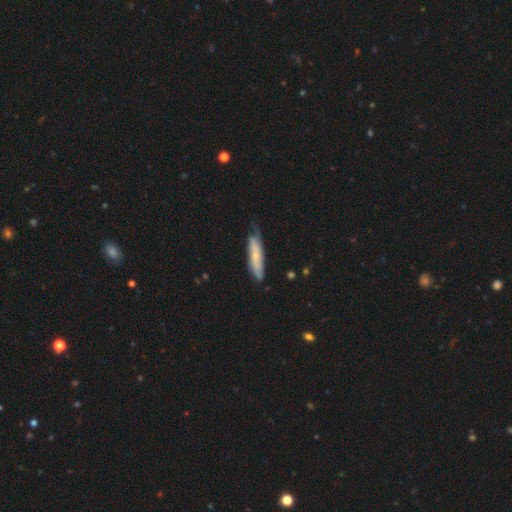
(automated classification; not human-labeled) Smooth or featured? Predicted: smooth (p=0.54). How rounded? Predicted: cigar-shaped (p=0.75). Merging? Predicted: none (p=0.60).